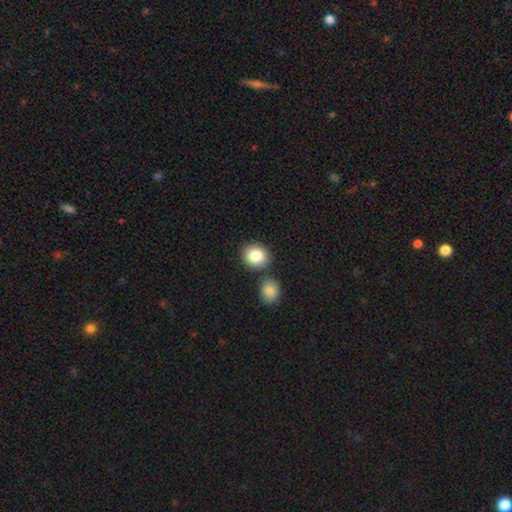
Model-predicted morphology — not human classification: This is clearly a smooth galaxy (85%). How rounded: likely round (73%). Merging: likely none (73%).